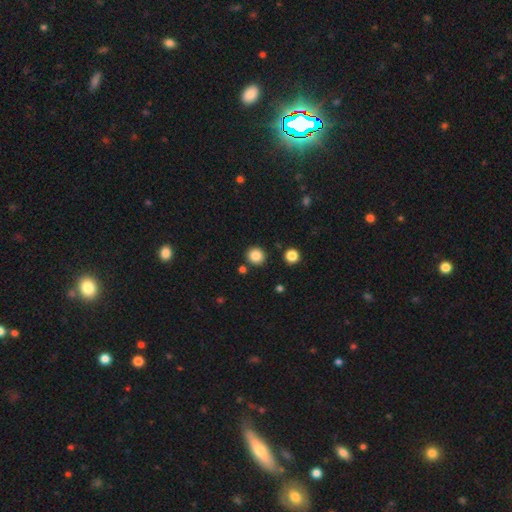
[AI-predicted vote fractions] A smooth galaxy with no disk features (85%) that is round (91%). Merging: none (87%).